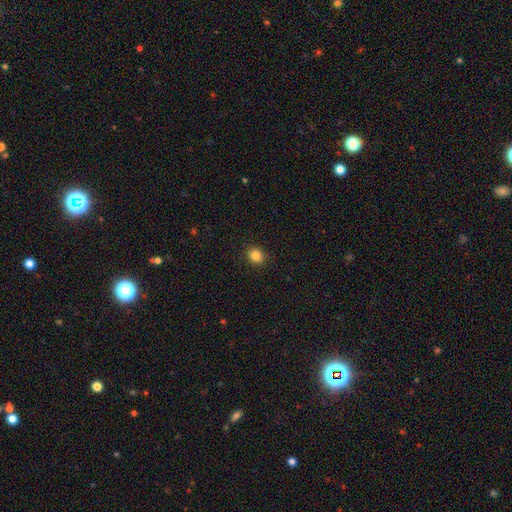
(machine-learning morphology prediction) Smooth or featured? smooth (84%)
How rounded? round (76%)
Merging? none (92%)